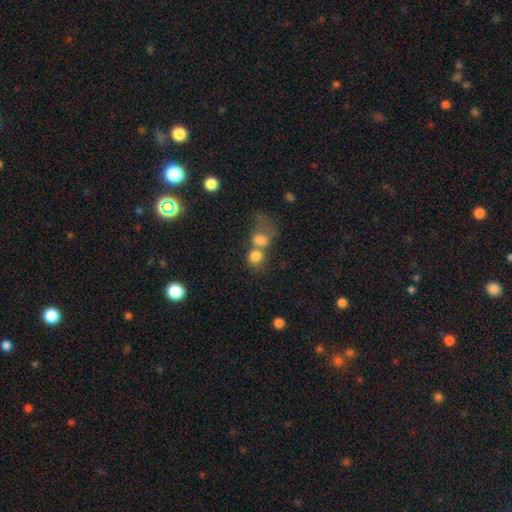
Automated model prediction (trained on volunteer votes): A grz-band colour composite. It shows a smooth galaxy with no disk features (77%) that is round (71%). Merging: merger (58%).